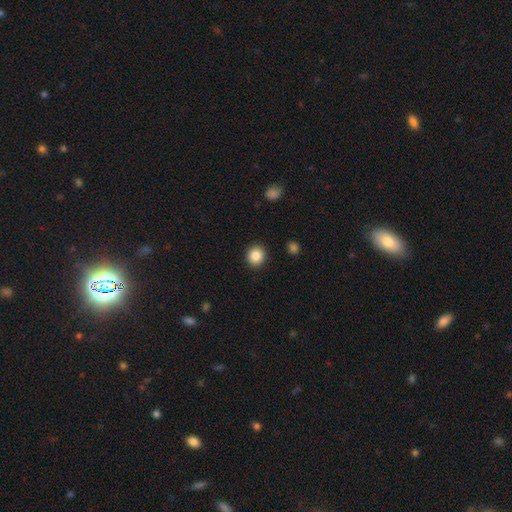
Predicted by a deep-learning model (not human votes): Smooth or featured? Predicted: smooth (p=0.87). How rounded? Predicted: round (p=0.88). Merging? Predicted: none (p=0.91).